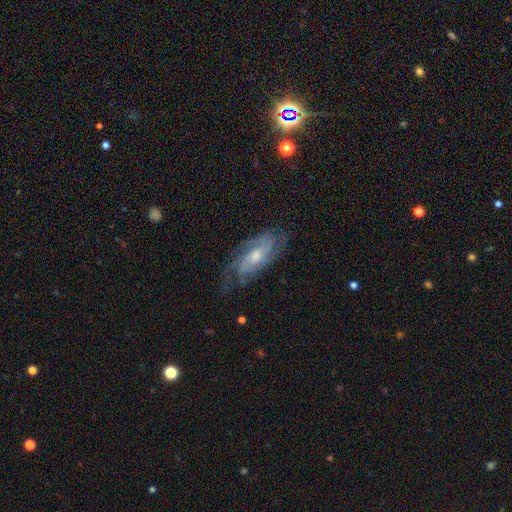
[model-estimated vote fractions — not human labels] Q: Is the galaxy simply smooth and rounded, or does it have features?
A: featured or disk — 84%.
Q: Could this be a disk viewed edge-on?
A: no — 93%.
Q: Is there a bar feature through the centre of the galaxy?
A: no — 57%.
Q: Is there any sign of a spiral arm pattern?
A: yes — 96%.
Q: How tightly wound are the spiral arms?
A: tight — 52%.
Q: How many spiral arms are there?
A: can't tell — 28%.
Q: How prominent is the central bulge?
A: moderate — 51%.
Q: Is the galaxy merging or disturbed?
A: none — 71%.